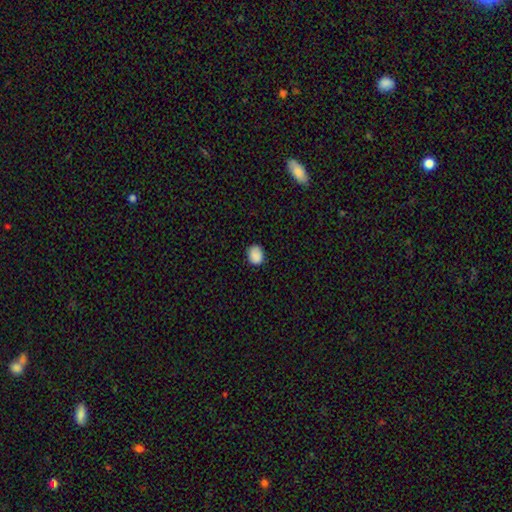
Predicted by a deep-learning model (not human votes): A smooth galaxy with no disk features (88%) that is round (52%).

Vote fractions:
- Smooth or featured? smooth: 88% / star or artifact: 9% / featured or disk: 3%
- How rounded? round: 52% / in between: 47% / cigar-shaped: 1%
- Merging? none: 83% / minor disturbance: 14% / major disturbance: 2% / merger: 1%